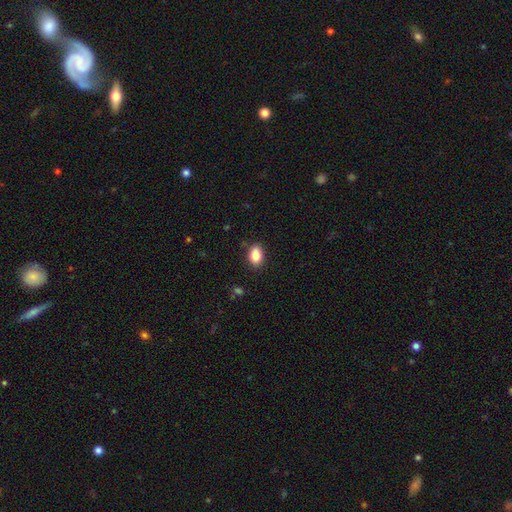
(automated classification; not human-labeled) smooth 85%, star or artifact 8%, featured or disk 6%. Down the decision tree: how rounded — in between (86%); merging — none (85%).